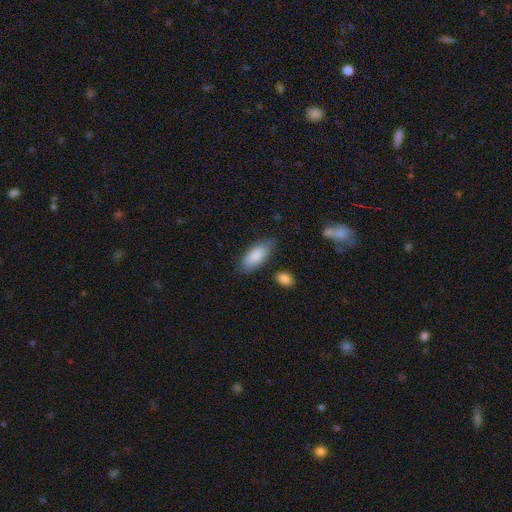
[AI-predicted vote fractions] This is clearly a smooth galaxy (86%). How rounded: clearly in between (88%). Merging: likely none (73%).